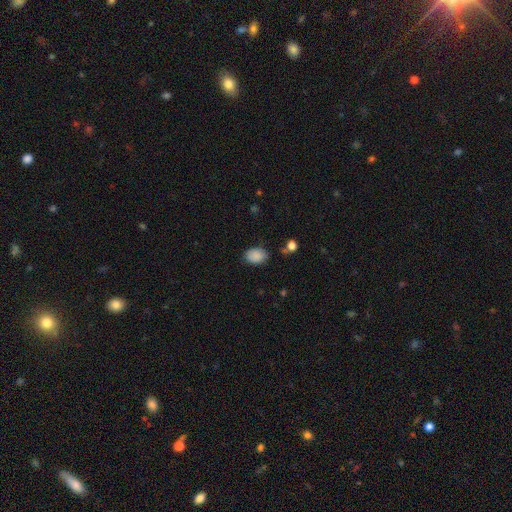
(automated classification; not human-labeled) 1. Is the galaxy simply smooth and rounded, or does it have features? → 87% smooth, 8% star or artifact, 4% featured or disk.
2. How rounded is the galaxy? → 77% in between, 22% round, 1% cigar-shaped.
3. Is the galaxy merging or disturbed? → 73% none, 19% minor disturbance, 4% major disturbance, 3% merger.